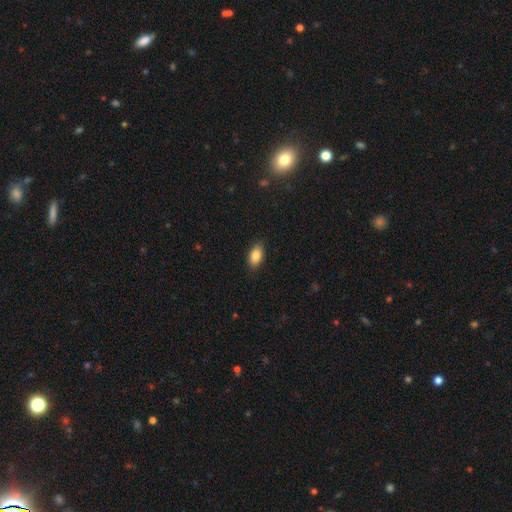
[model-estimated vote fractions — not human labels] Overall: smooth (85%). How rounded: in between (90%). Merging: none (86%).